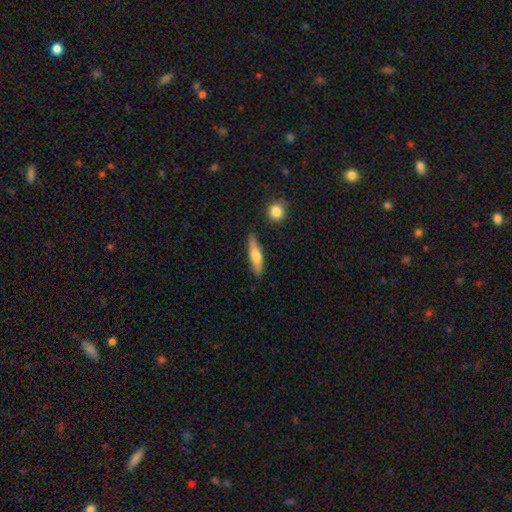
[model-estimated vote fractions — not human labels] A smooth galaxy with no disk features (59%) that is cigar-shaped (67%).

Vote fractions:
- Smooth or featured? smooth: 59% / featured or disk: 35% / star or artifact: 6%
- How rounded? cigar-shaped: 67% / in between: 30% / round: 3%
- Merging? none: 83% / minor disturbance: 12% / merger: 3% / major disturbance: 2%